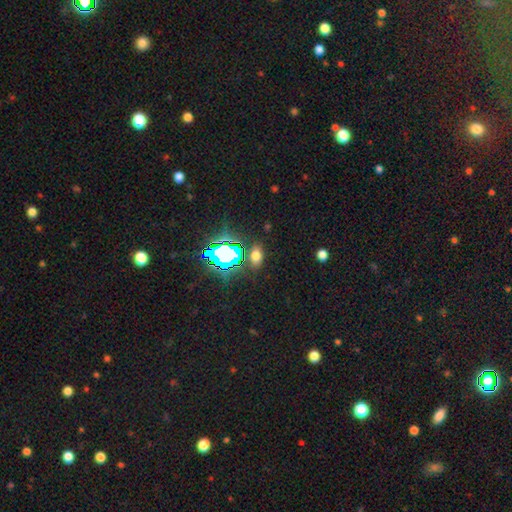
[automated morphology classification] This appears to be a smooth galaxy with no disk features (60%) that is in between round and cigar-shaped (83%). Merging: none (81%).